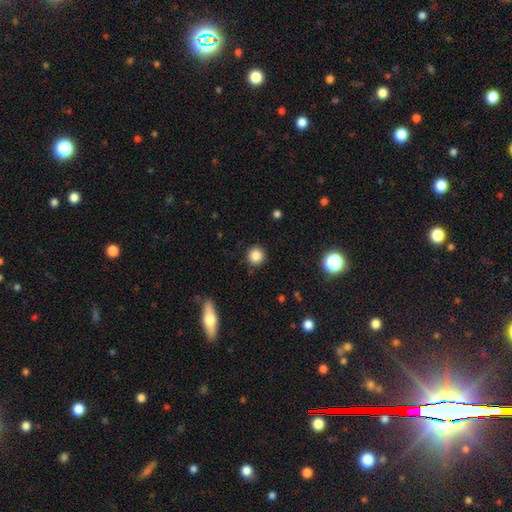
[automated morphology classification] smooth 86%, star or artifact 10%, featured or disk 4%. Down the decision tree: how rounded — round (94%); merging — none (90%).